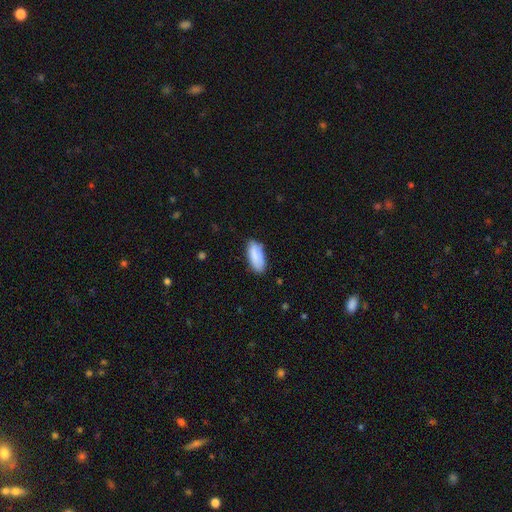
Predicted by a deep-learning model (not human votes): A smooth galaxy with no disk features (86%) that is in between round and cigar-shaped (85%).

Vote fractions:
- Smooth or featured? smooth: 86% / featured or disk: 8% / star or artifact: 6%
- How rounded? in between: 85% / cigar-shaped: 13% / round: 2%
- Merging? none: 75% / minor disturbance: 20% / major disturbance: 3% / merger: 2%